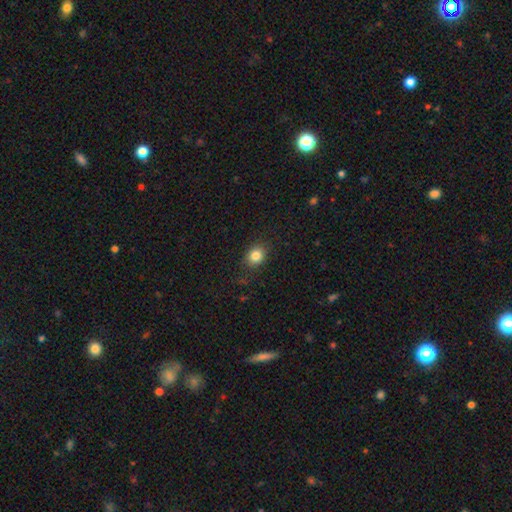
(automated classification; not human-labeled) Morphology: type=smooth (84%); roundness=round (57%); merging=none (85%).